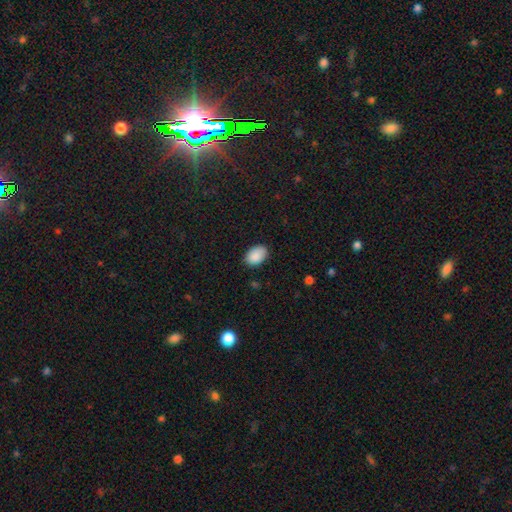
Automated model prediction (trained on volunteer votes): Smooth or featured? smooth (90%)
How rounded? in between (86%)
Merging? none (83%)